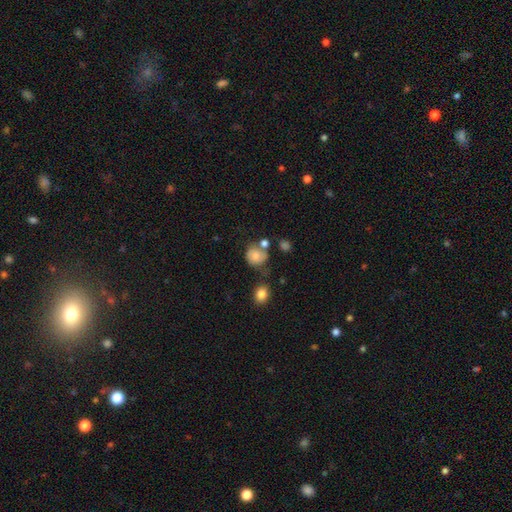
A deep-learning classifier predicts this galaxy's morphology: A smooth galaxy with no disk features (74%) that is round (76%).

Vote fractions:
- Smooth or featured? smooth: 74% / featured or disk: 16% / star or artifact: 10%
- How rounded? round: 76% / in between: 23% / cigar-shaped: 1%
- Merging? none: 48% / minor disturbance: 24% / merger: 17% / major disturbance: 11%